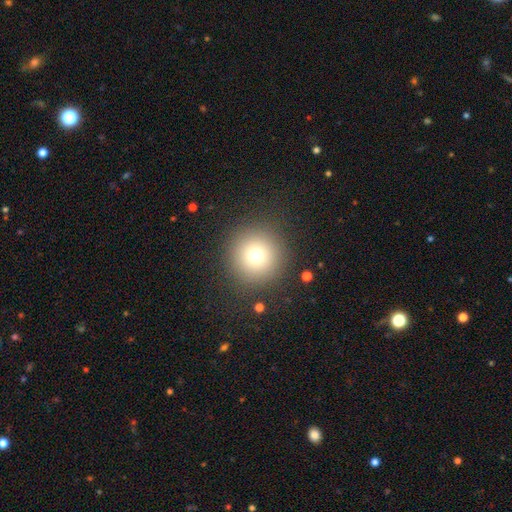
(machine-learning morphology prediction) smooth 75%, star or artifact 15%, featured or disk 10%. Down the decision tree: how rounded — round (96%); merging — none (90%).